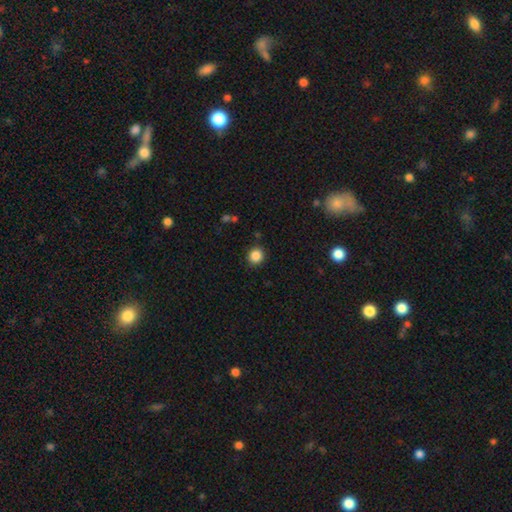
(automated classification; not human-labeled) Smooth or featured?
  - smooth: 86% *
  - star or artifact: 10%
  - featured or disk: 4%
How rounded?
  - round: 87% *
  - in between: 12%
  - cigar-shaped: 1%
Merging?
  - none: 89% *
  - minor disturbance: 7%
  - major disturbance: 2%
  - merger: 2%